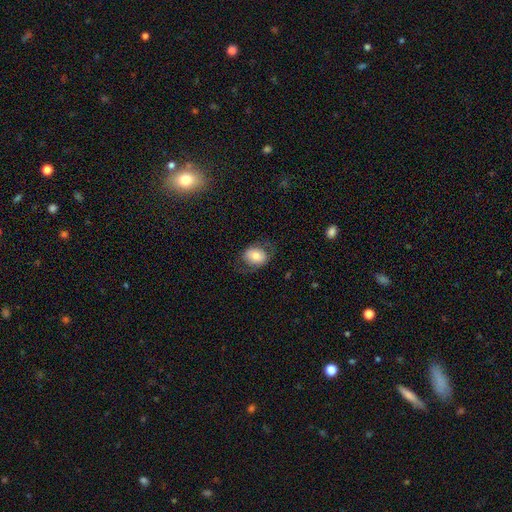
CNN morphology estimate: A smooth galaxy with no disk features (68%) that is in between round and cigar-shaped (55%).

Vote fractions:
- Smooth or featured? smooth: 68% / featured or disk: 24% / star or artifact: 8%
- How rounded? in between: 55% / round: 44% / cigar-shaped: 1%
- Merging? none: 70% / minor disturbance: 18% / major disturbance: 11% / merger: 1%